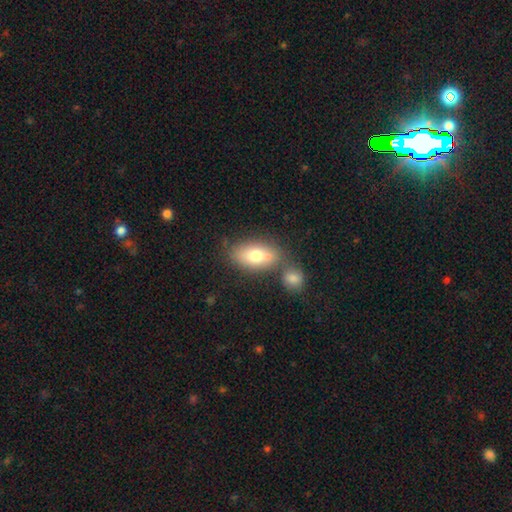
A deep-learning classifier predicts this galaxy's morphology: This appears to be a smooth galaxy with no disk features (74%) that is in between round and cigar-shaped (88%). Merging: none (49%).